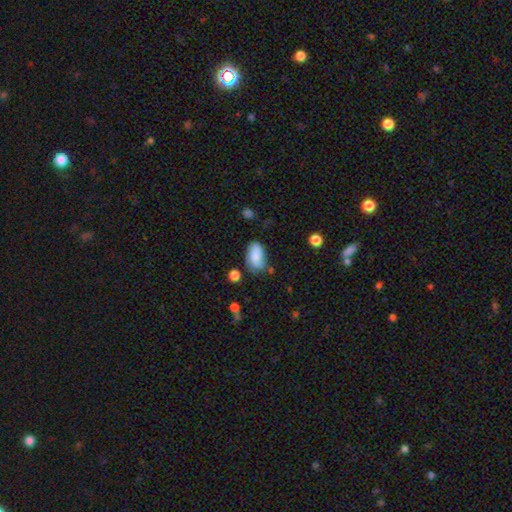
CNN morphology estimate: A smooth galaxy with no disk features (74%) that is in between round and cigar-shaped (90%). Merging: none (57%).